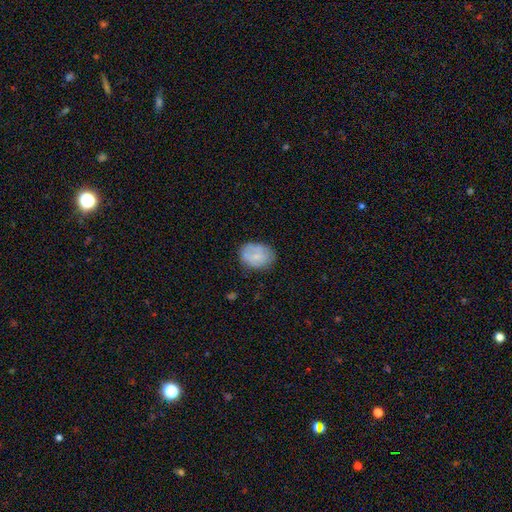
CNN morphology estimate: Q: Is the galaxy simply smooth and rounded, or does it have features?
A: smooth — 67%.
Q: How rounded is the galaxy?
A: in between — 66%.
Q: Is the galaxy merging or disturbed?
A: none — 65%.